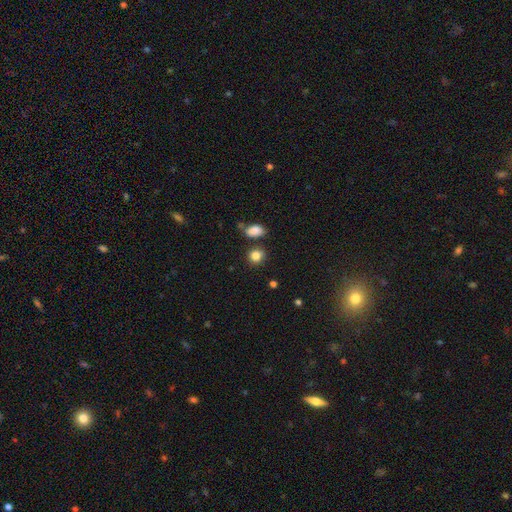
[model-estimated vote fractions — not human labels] Smooth or featured? Predicted: smooth (p=0.84). How rounded? Predicted: round (p=0.74). Merging? Predicted: none (p=0.77).